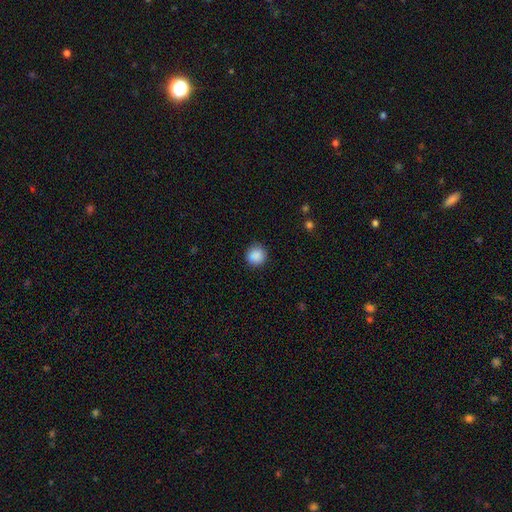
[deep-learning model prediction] smooth 89%, star or artifact 8%, featured or disk 3%. Down the decision tree: how rounded — round (93%); merging — none (89%).